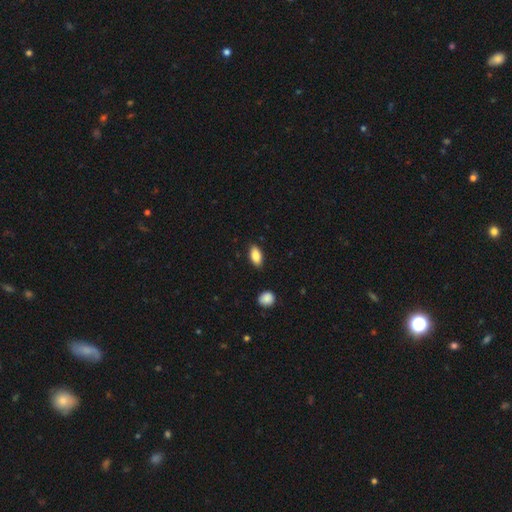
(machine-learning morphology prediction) Smooth or featured: smooth — 87% (star or artifact — 7%)
How rounded: in between — 90% (cigar-shaped — 6%)
Merging: none — 87% (minor disturbance — 10%)